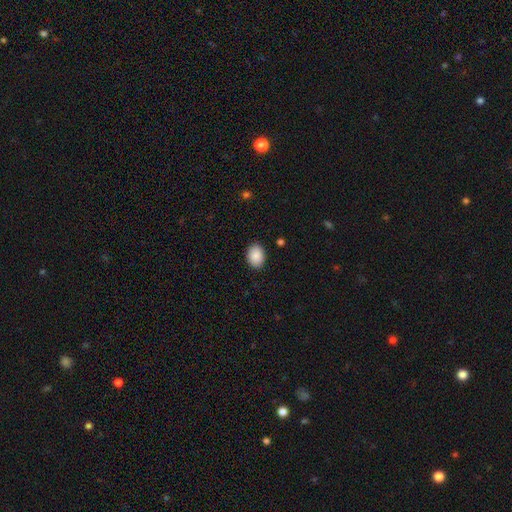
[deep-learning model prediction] Smooth or featured: smooth — 90% (star or artifact — 7%)
How rounded: in between — 68% (round — 31%)
Merging: none — 88% (minor disturbance — 9%)